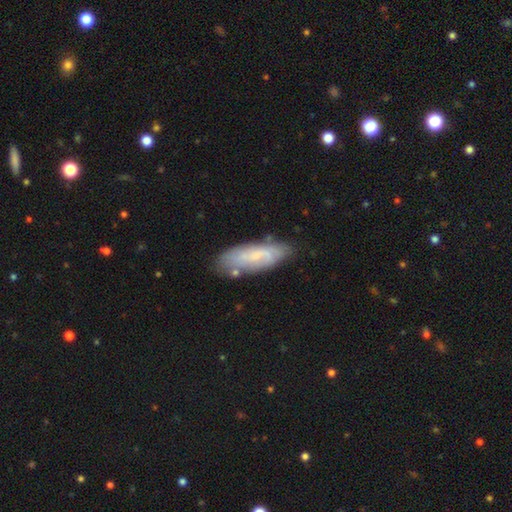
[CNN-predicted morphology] The model was most divided on "smooth or featured": smooth: 48%, featured or disk: 44%, star or artifact: 8%. More confident: merging — none (72%).